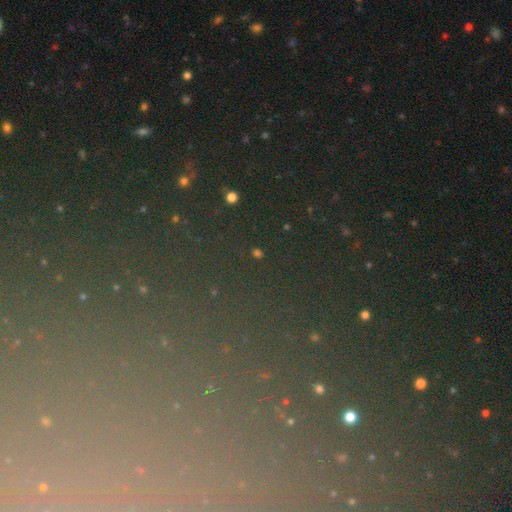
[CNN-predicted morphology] A star or artifact, not a galaxy (74%).